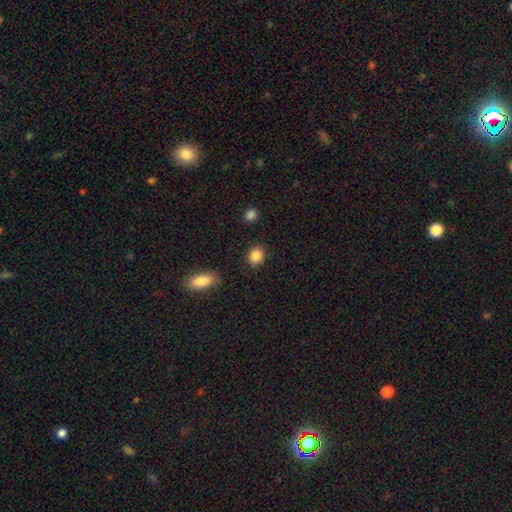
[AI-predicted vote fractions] smooth-or-featured: smooth: 87% | star or artifact: 9% | featured or disk: 4%
  how-rounded: round: 58% | in between: 40% | cigar-shaped: 1%
  merging: none: 86% | minor disturbance: 9% | major disturbance: 3% | merger: 2%